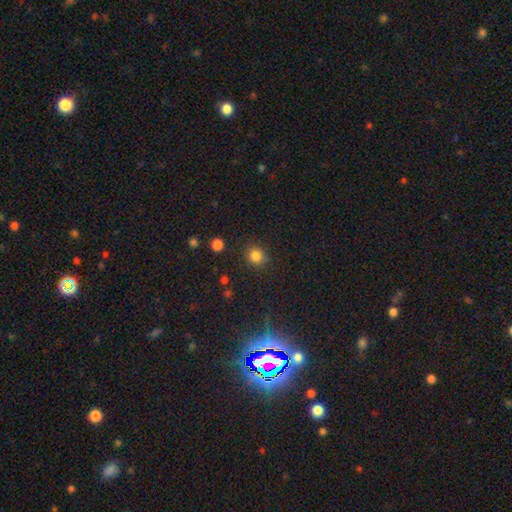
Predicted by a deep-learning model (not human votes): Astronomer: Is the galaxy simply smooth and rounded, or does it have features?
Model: smooth — 82%.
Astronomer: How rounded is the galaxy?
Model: round — 85%.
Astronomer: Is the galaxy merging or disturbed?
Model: none — 87%.